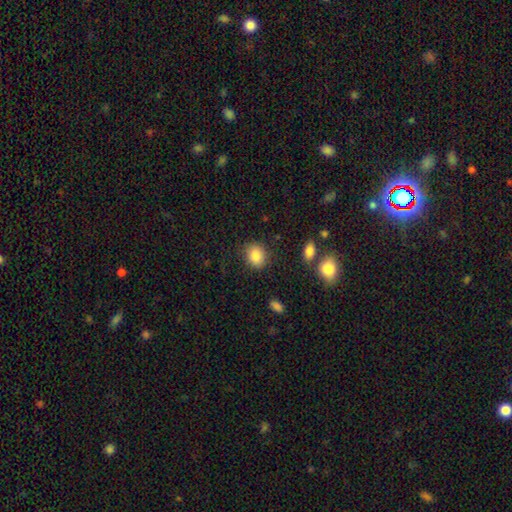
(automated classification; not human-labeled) Overall: smooth (87%). How rounded: round (60%; in between 39%). Merging: none (83%).